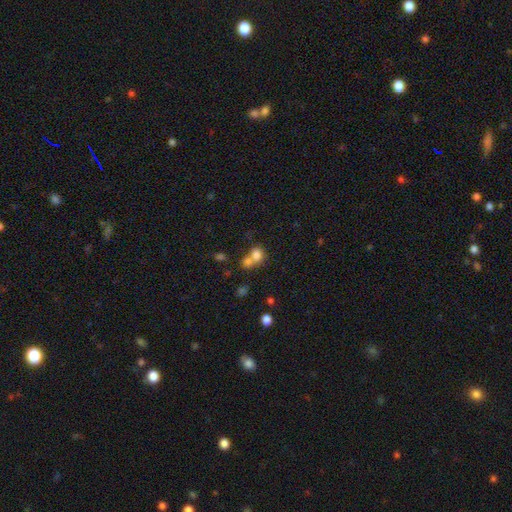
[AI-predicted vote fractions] Smooth or featured? Predicted: smooth (p=0.76). How rounded? Predicted: round (p=0.64). Merging? Predicted: merger (p=0.58).